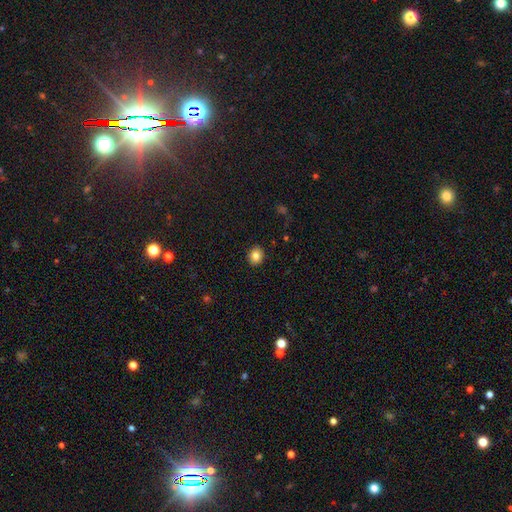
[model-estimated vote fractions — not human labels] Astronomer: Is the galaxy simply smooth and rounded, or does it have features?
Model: smooth — 83%.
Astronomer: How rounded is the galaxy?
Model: round — 65%.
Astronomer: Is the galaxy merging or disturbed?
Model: none — 91%.